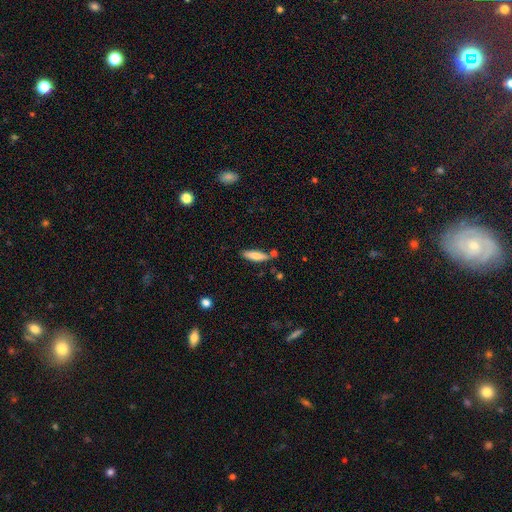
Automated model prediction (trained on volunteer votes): smooth-or-featured: smooth: 76% | featured or disk: 17% | star or artifact: 6%
  how-rounded: cigar-shaped: 62% | in between: 36% | round: 2%
  merging: none: 73% | minor disturbance: 15% | merger: 9% | major disturbance: 3%